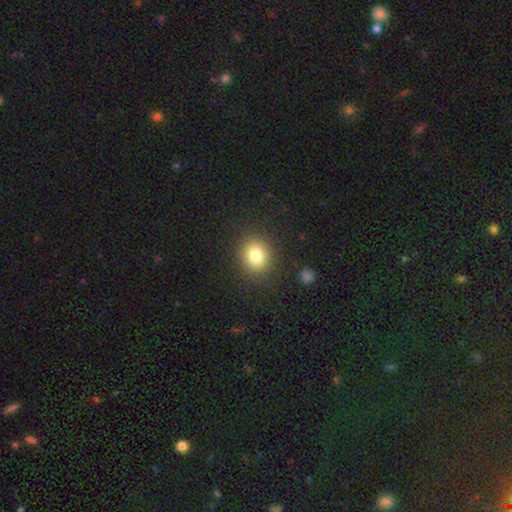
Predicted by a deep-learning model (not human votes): Smooth or featured?
  - smooth: 81% *
  - star or artifact: 11%
  - featured or disk: 8%
How rounded?
  - round: 70% *
  - in between: 29%
  - cigar-shaped: 1%
Merging?
  - none: 87% *
  - minor disturbance: 8%
  - major disturbance: 3%
  - merger: 1%